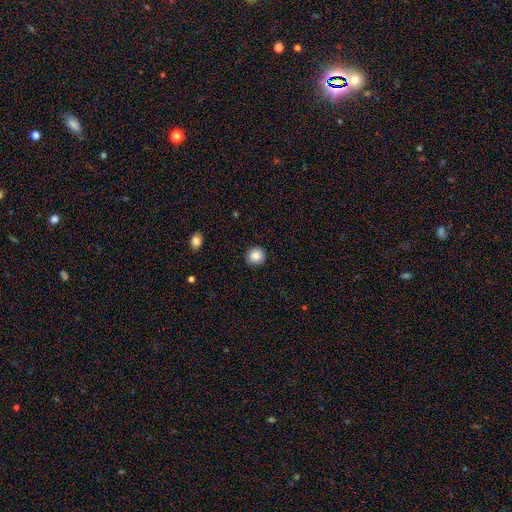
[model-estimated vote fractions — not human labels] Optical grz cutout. It shows a smooth galaxy with no disk features (86%) that is round (89%). Merging: none (90%).